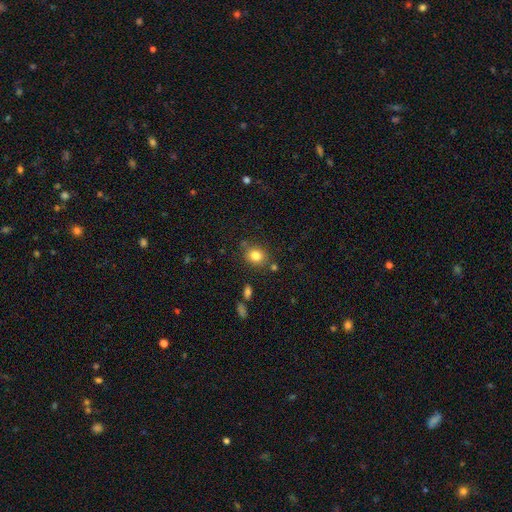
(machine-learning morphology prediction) smooth_or_featured: smooth (p=0.81) [alt: star or artifact p=0.11]
how_rounded: round (p=0.57) [alt: in between p=0.42]
merging: none (p=0.77) [alt: minor disturbance p=0.13]